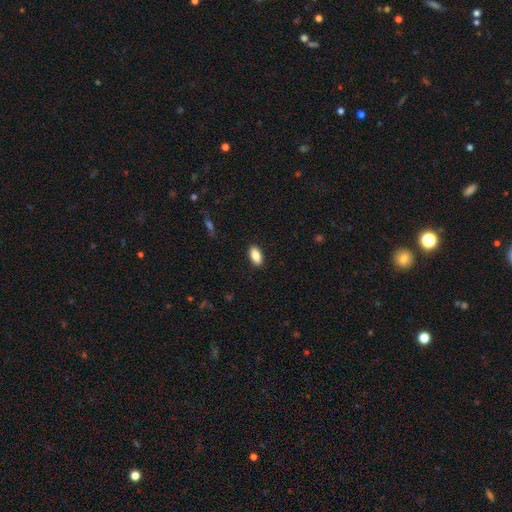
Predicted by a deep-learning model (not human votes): Smooth or featured: smooth — 86% (star or artifact — 7%)
How rounded: in between — 91% (cigar-shaped — 7%)
Merging: none — 89% (minor disturbance — 8%)